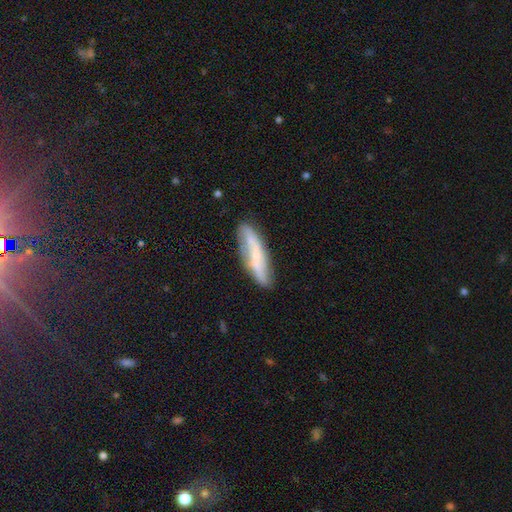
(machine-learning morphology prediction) smooth-or-featured: featured or disk: 55% | smooth: 37% | star or artifact: 8%
  disk-edge-on: no: 63% | yes: 37%
  merging: none: 74% | minor disturbance: 18% | major disturbance: 5% | merger: 3%